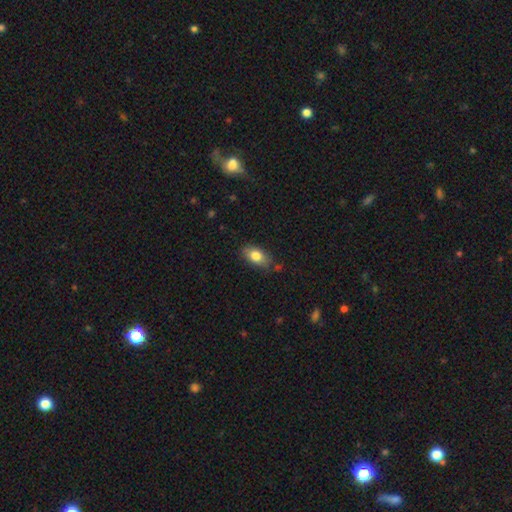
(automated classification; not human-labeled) Smooth or featured?
  - smooth: 79% *
  - featured or disk: 13%
  - star or artifact: 8%
How rounded?
  - in between: 87% *
  - round: 9%
  - cigar-shaped: 4%
Merging?
  - none: 77% *
  - minor disturbance: 17%
  - major disturbance: 3%
  - merger: 3%